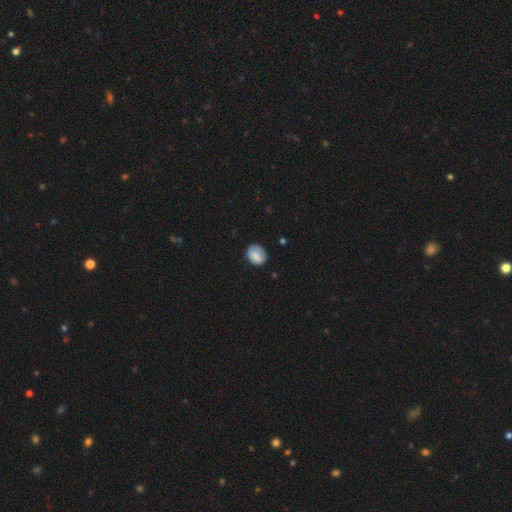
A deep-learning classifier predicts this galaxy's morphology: Smooth or featured? Predicted: smooth (p=0.77). How rounded? Predicted: in between (p=0.56). Merging? Predicted: none (p=0.73).